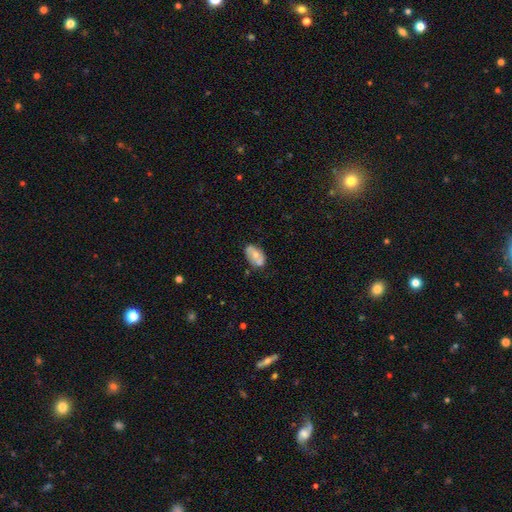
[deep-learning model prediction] The model was most divided on "smooth or featured": smooth: 53%, featured or disk: 40%, star or artifact: 7%. More confident: how rounded — in between (91%); merging — none (66%).